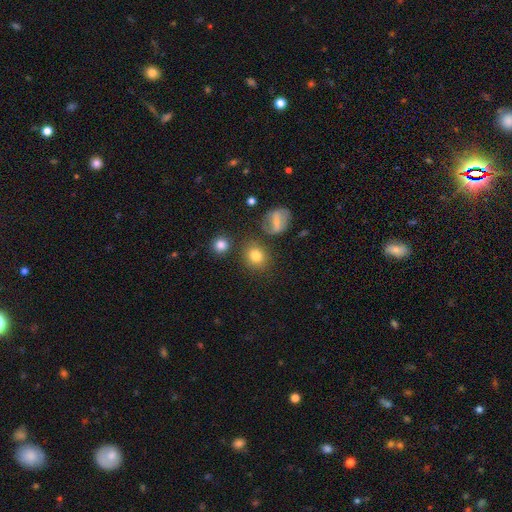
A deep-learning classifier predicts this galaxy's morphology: type=smooth (78%); roundness=round (73%); merging=none (75%).